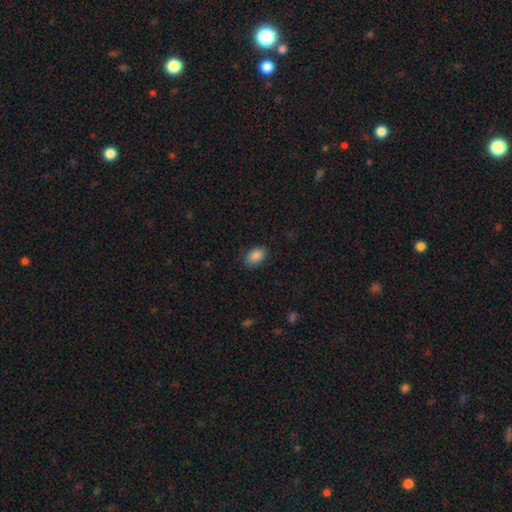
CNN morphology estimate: smooth_or_featured: smooth (p=0.88) [alt: star or artifact p=0.07]
how_rounded: in between (p=0.88) [alt: round p=0.11]
merging: none (p=0.84) [alt: minor disturbance p=0.12]